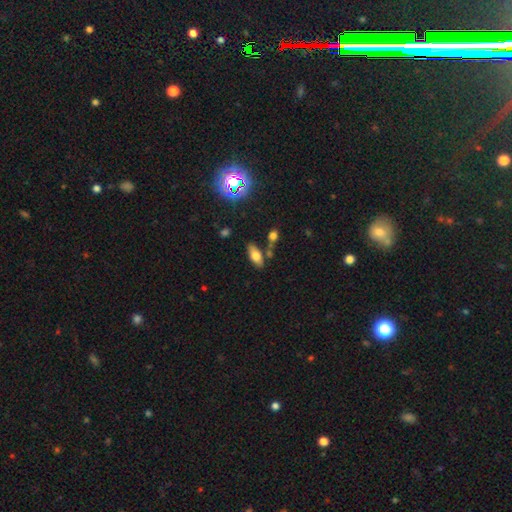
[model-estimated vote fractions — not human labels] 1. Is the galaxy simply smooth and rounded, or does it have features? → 70% smooth, 18% featured or disk, 11% star or artifact.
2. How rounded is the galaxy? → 85% in between, 11% cigar-shaped, 4% round.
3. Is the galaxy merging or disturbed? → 71% none, 14% minor disturbance, 11% merger, 4% major disturbance.